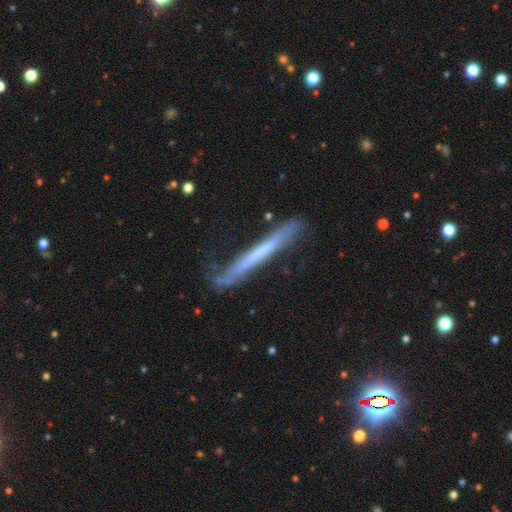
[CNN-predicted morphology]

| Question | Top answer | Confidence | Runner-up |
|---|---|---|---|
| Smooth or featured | featured or disk | 56% | smooth (38%) |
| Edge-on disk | yes | 88% | no (12%) |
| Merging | none | 66% | minor disturbance (23%) |